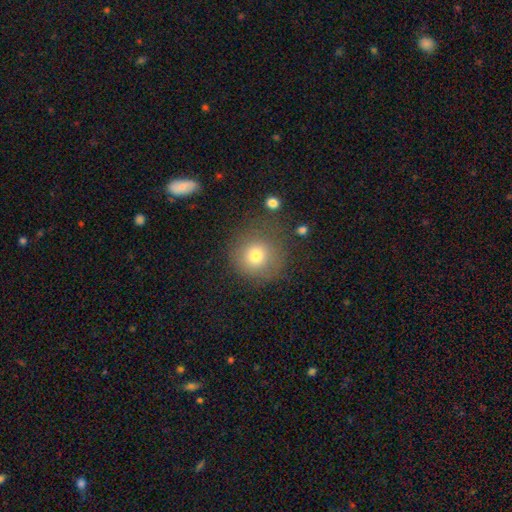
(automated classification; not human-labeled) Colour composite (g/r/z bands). It shows a smooth galaxy with no disk features (76%) that is round (92%). Merging: none (76%).